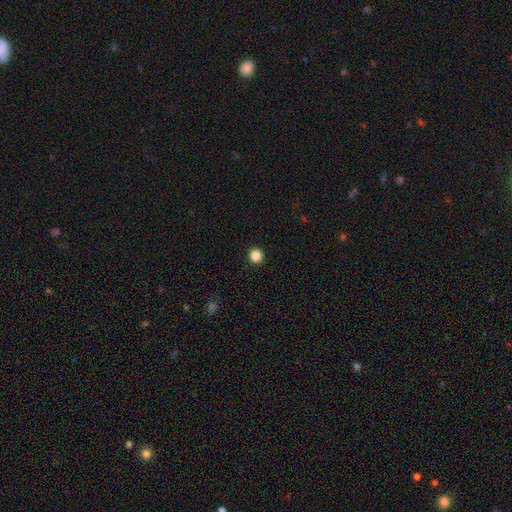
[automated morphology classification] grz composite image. It shows a smooth galaxy with no disk features (86%) that is round (95%). Merging: none (94%).